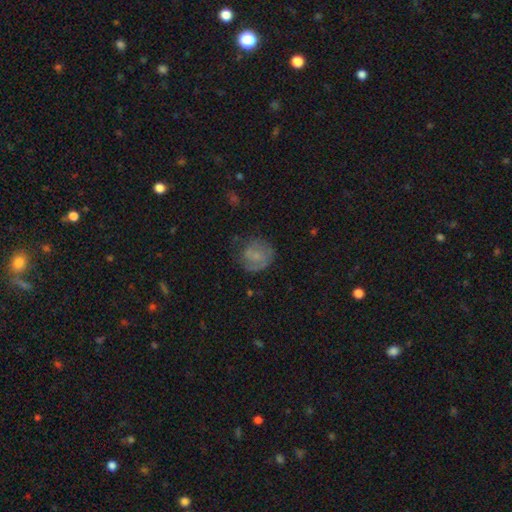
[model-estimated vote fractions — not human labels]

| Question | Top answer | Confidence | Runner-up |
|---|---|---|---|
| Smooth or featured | smooth | 49% | featured or disk (42%) |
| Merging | none | 60% | minor disturbance (24%) |